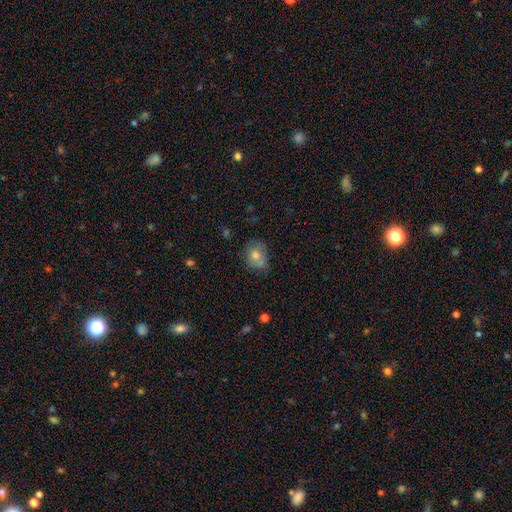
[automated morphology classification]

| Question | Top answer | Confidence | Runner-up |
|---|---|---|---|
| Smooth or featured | smooth | 65% | featured or disk (23%) |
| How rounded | in between | 51% | round (48%) |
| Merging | none | 57% | minor disturbance (28%) |